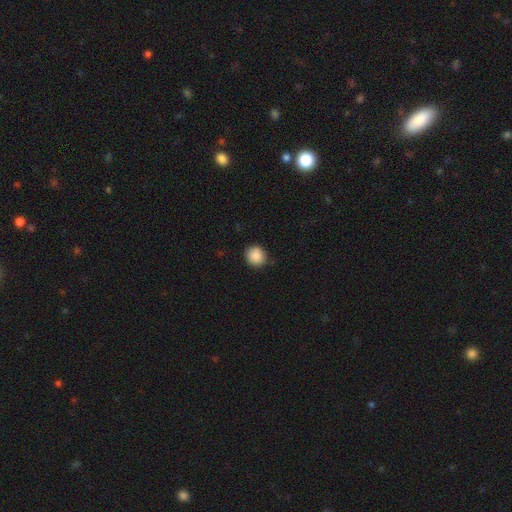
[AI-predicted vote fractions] A smooth galaxy with no disk features (88%) that is round (88%). Merging: none (86%).